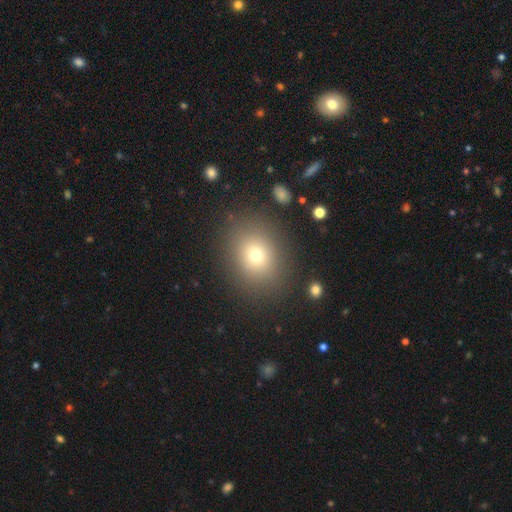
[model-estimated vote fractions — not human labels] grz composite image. It shows a smooth galaxy with no disk features (71%) that is round (58%). Merging: none (85%).